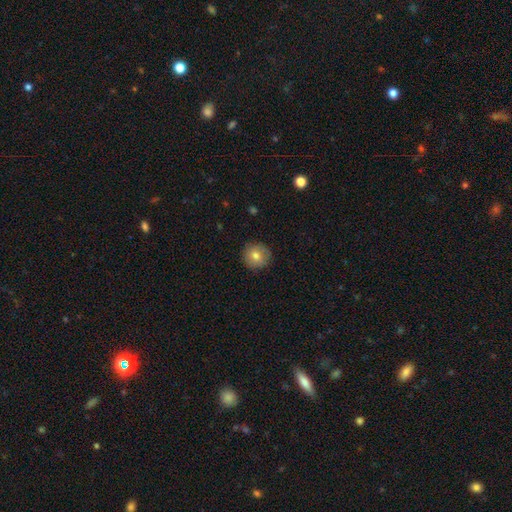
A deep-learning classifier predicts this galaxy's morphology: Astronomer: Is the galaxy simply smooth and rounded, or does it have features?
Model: smooth — 78%.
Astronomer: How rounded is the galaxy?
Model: round — 93%.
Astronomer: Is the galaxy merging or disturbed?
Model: none — 88%.